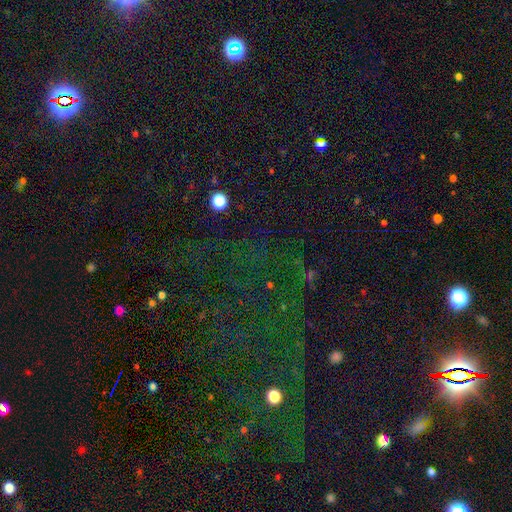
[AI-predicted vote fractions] A star or artifact, not a galaxy (75%).